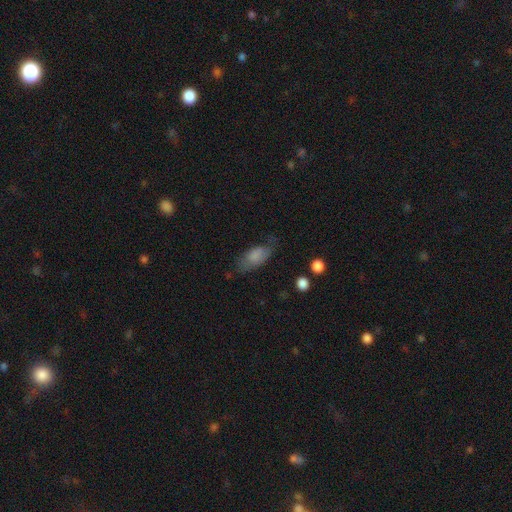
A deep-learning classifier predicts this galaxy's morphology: smooth-or-featured: smooth: 79% | featured or disk: 14% | star or artifact: 7%
  how-rounded: in between: 86% | cigar-shaped: 11% | round: 3%
  merging: none: 59% | minor disturbance: 28% | major disturbance: 11% | merger: 2%